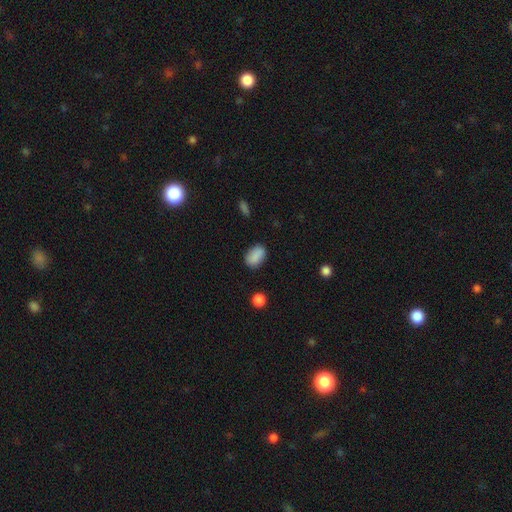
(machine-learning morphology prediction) Q: Smooth or featured?
A: smooth (88%); runner-up: star or artifact (8%)
Q: How rounded?
A: in between (86%); runner-up: round (12%)
Q: Merging?
A: none (82%); runner-up: minor disturbance (13%)